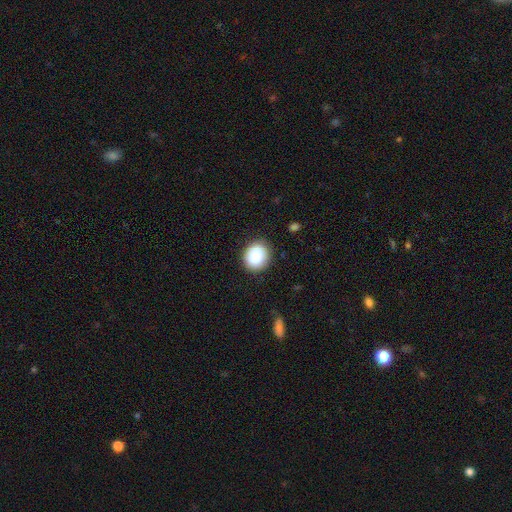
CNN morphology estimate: This appears to be a smooth galaxy with no disk features (87%) that is round (69%). Merging: none (84%).